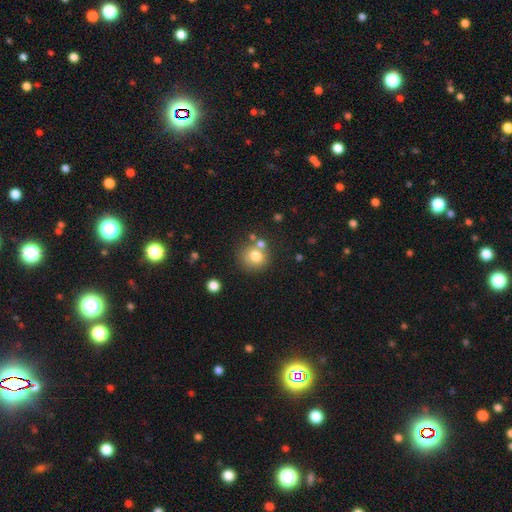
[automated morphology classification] smooth 78%, star or artifact 11%, featured or disk 11%. Down the decision tree: how rounded — round (84%); merging — none (64%).